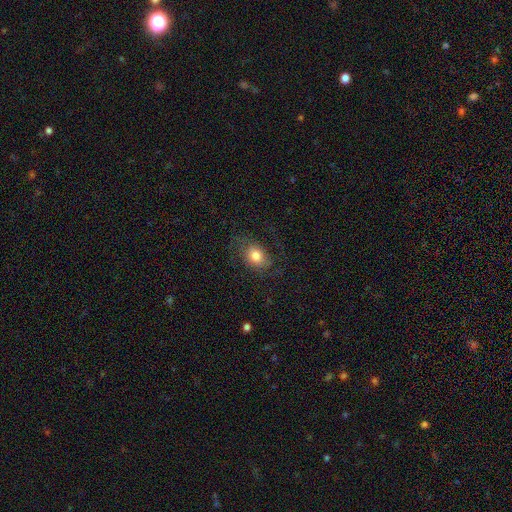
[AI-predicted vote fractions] Smooth or featured?
  - smooth: 66% *
  - featured or disk: 24%
  - star or artifact: 10%
How rounded?
  - in between: 57% *
  - round: 42%
  - cigar-shaped: 1%
Merging?
  - none: 60% *
  - major disturbance: 20%
  - minor disturbance: 19%
  - merger: 1%